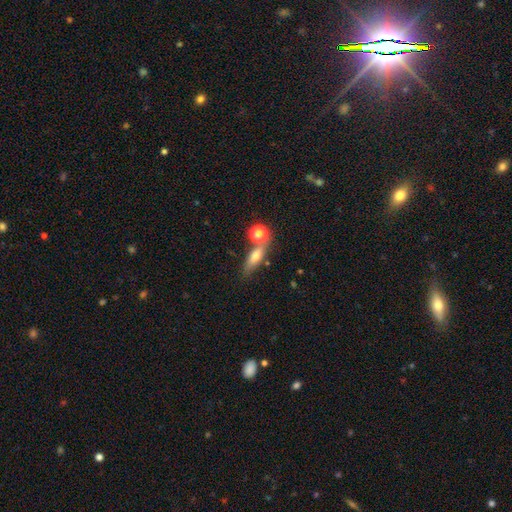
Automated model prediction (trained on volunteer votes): Smooth or featured?
  - smooth: 57% *
  - featured or disk: 32%
  - star or artifact: 11%
How rounded?
  - cigar-shaped: 45% *
  - in between: 43%
  - round: 13%
Merging?
  - none: 59% *
  - merger: 23%
  - minor disturbance: 13%
  - major disturbance: 6%